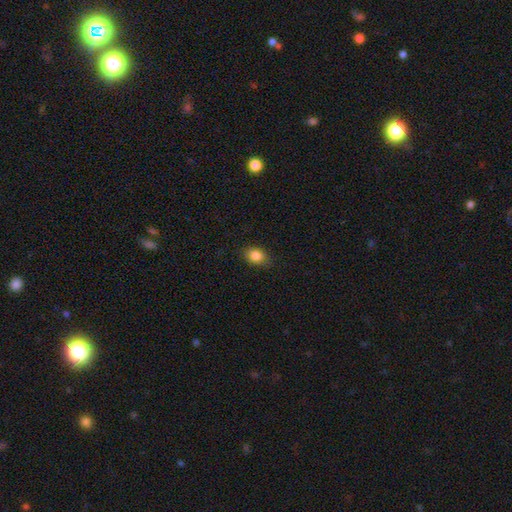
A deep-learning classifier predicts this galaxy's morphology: smooth 84%, star or artifact 10%, featured or disk 6%. Down the decision tree: how rounded — in between (62%); merging — none (84%).